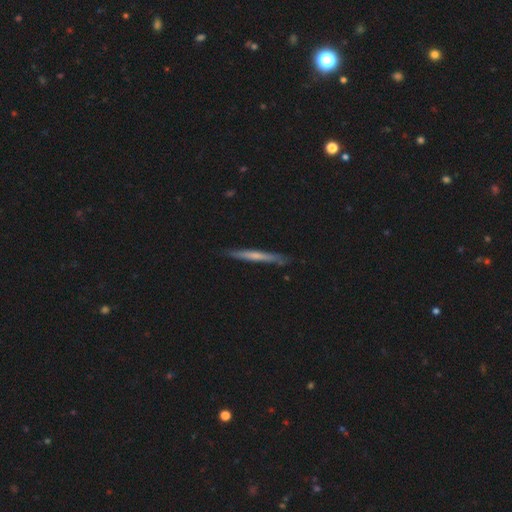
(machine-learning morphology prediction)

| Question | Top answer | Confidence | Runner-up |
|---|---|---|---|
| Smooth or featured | smooth | 50% | featured or disk (44%) |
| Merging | none | 84% | minor disturbance (12%) |